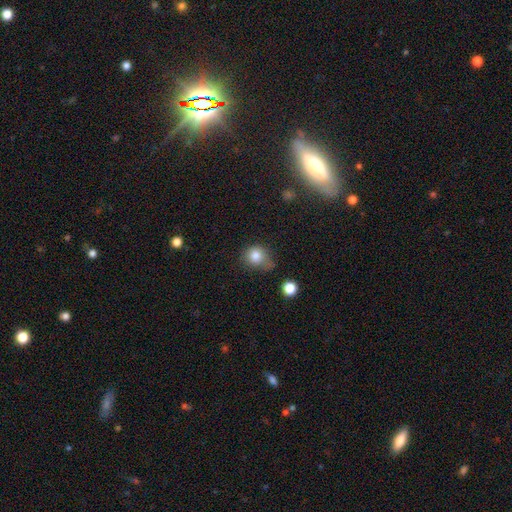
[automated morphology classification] Smooth or featured: smooth — 81% (star or artifact — 11%)
How rounded: round — 73% (in between — 26%)
Merging: none — 44% (minor disturbance — 34%)